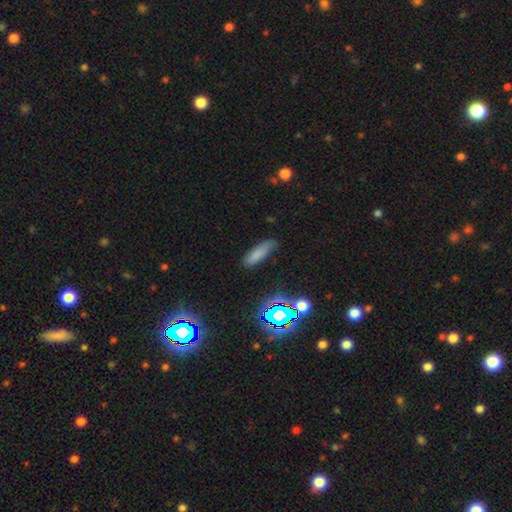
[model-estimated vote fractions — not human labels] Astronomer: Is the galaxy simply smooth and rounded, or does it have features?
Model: smooth — 71%.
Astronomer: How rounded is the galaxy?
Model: cigar-shaped — 56% (runner-up: in between, 41%).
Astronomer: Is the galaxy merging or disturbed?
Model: none — 79%.